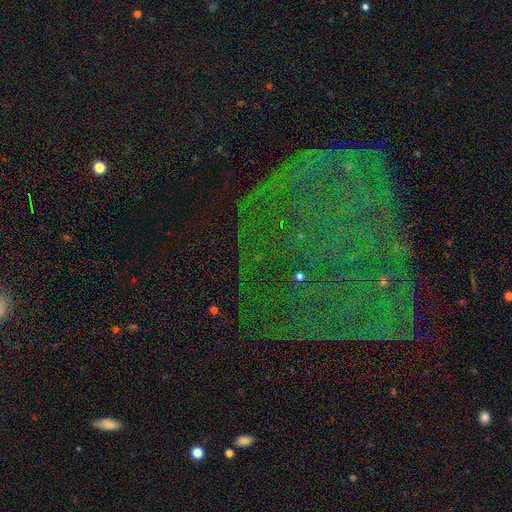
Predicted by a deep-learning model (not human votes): This appears to be a star or artifact, not a galaxy (76%).